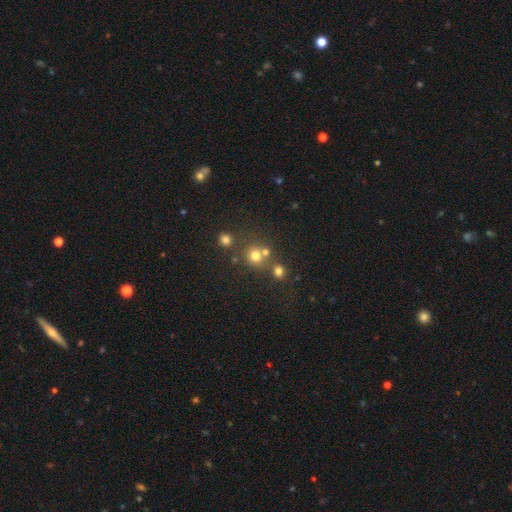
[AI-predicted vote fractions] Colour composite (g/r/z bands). It shows a smooth galaxy with no disk features (72%) that is round (88%). Merging: none (62%).